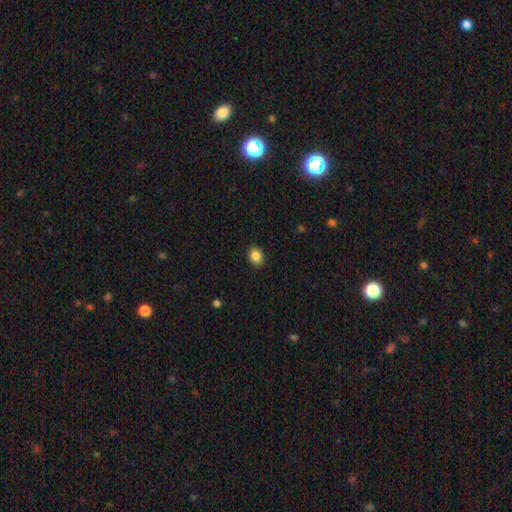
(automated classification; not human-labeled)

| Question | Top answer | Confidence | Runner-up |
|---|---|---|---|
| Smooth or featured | smooth | 87% | star or artifact (9%) |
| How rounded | in between | 54% | round (45%) |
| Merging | none | 90% | minor disturbance (7%) |